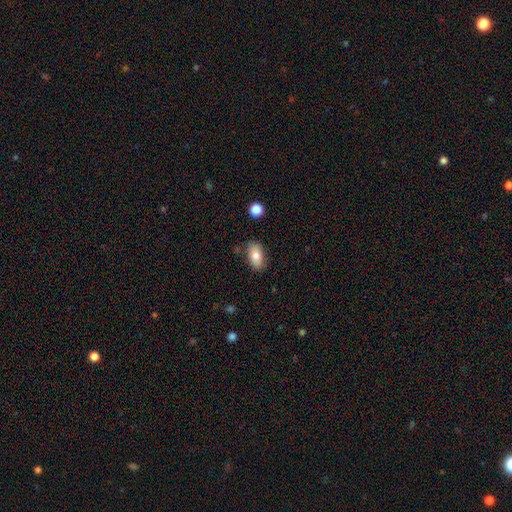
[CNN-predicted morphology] smooth_or_featured: smooth (p=0.80) [alt: featured or disk p=0.13]
how_rounded: in between (p=0.90) [alt: round p=0.06]
merging: none (p=0.79) [alt: minor disturbance p=0.15]